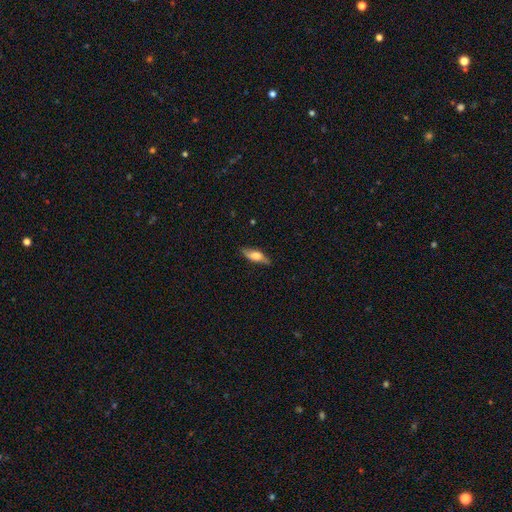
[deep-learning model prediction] smooth 57%, featured or disk 36%, star or artifact 6%. Down the decision tree: how rounded — in between (60%); merging — none (79%).